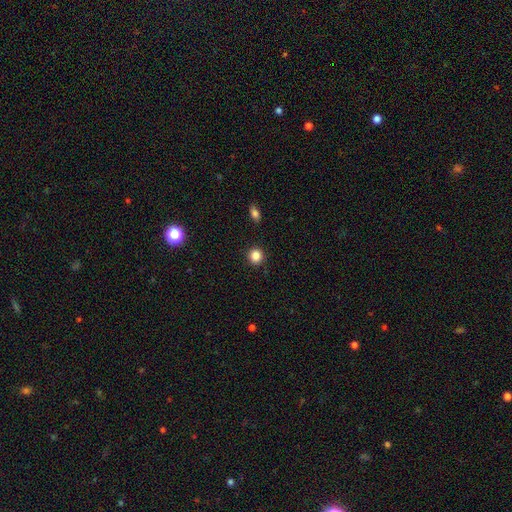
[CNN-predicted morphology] Q: Smooth or featured?
A: smooth (85%); runner-up: star or artifact (11%)
Q: How rounded?
A: round (91%); runner-up: in between (8%)
Q: Merging?
A: none (92%); runner-up: minor disturbance (5%)